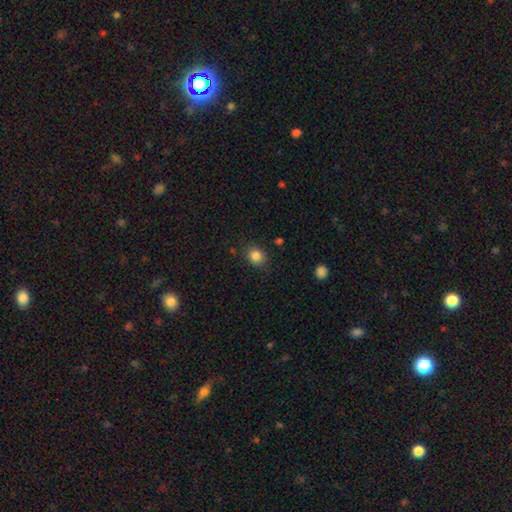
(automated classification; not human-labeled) Overall: smooth (85%). How rounded: round (61%; in between 38%). Merging: none (82%).